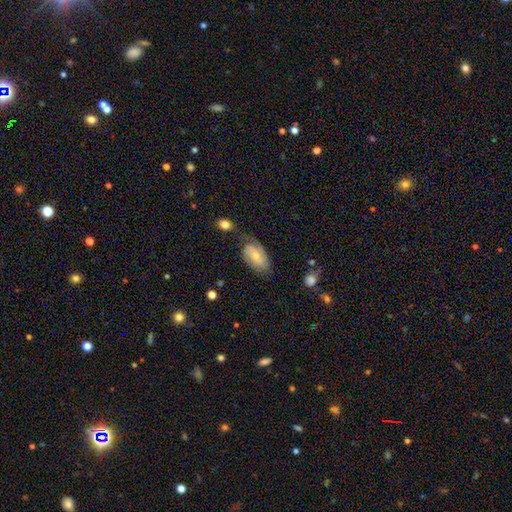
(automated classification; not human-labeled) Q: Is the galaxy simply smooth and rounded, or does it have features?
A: featured or disk — 48%.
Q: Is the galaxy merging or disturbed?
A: none — 55%.